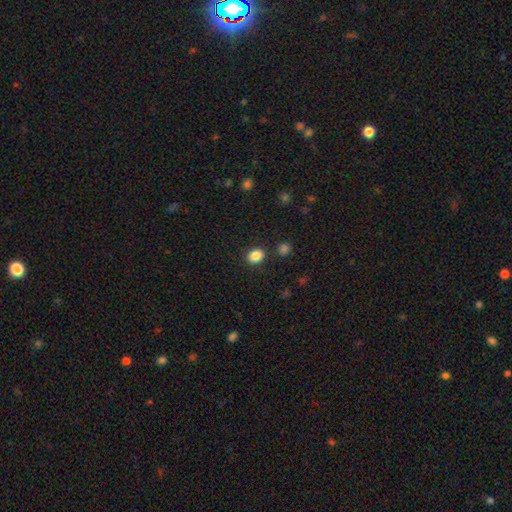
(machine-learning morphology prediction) This appears to be a smooth galaxy with no disk features (86%) that is in between round and cigar-shaped (62%). Merging: none (85%).